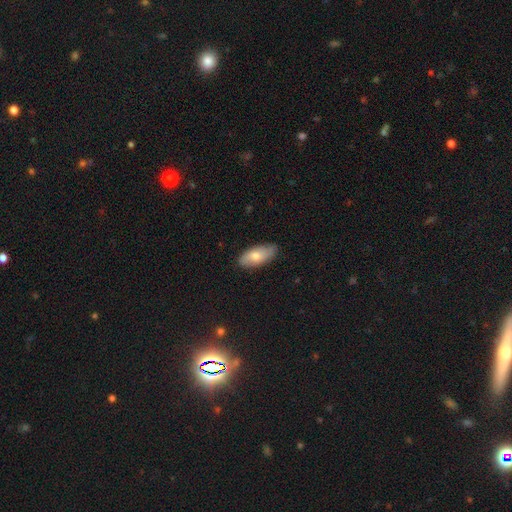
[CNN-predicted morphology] Smooth or featured? smooth (67%)
How rounded? in between (88%)
Merging? none (84%)